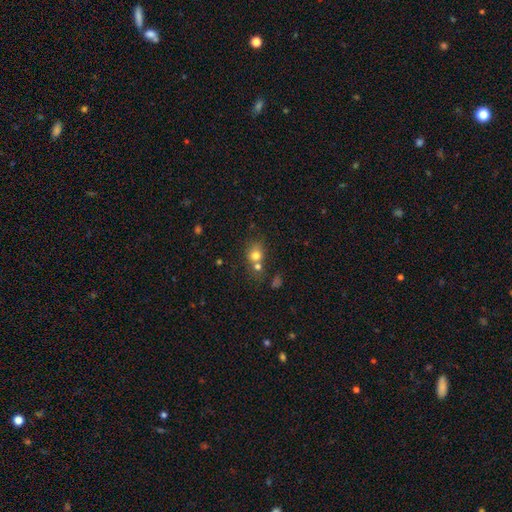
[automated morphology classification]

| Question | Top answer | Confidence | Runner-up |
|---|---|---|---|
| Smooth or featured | smooth | 73% | featured or disk (14%) |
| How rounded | round | 68% | in between (31%) |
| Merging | merger | 44% | none (40%) |